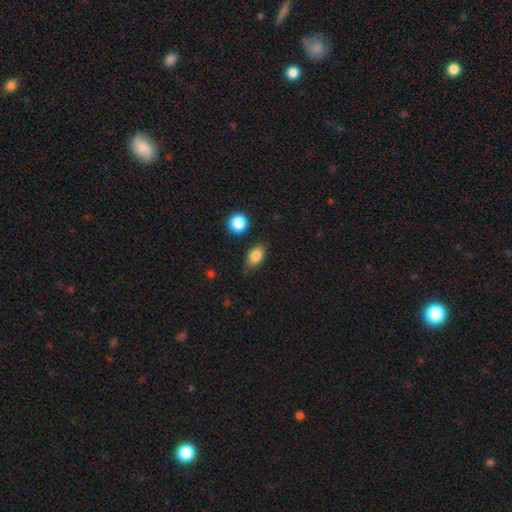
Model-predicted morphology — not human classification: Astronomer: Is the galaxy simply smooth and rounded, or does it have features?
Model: smooth — 85%.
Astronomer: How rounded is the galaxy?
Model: in between — 86%.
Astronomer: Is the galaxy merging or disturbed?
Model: none — 81%.